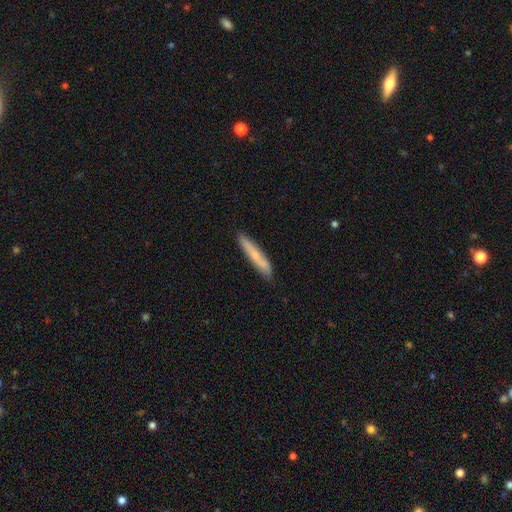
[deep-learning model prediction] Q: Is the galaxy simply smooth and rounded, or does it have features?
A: smooth — 58%.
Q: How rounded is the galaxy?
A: cigar-shaped — 93%.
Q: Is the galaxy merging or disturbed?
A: none — 84%.